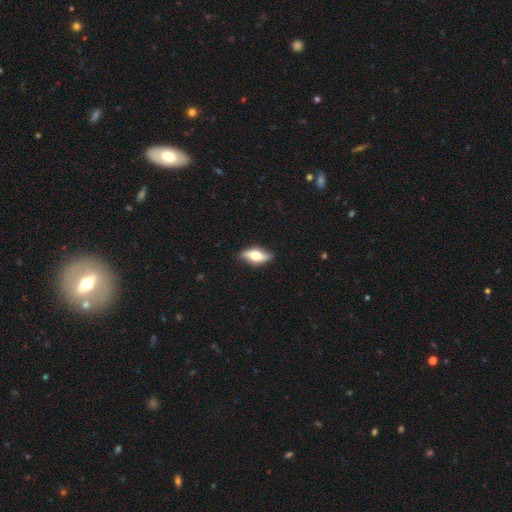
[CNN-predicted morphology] smooth_or_featured: smooth (p=0.54) [alt: featured or disk p=0.40]
how_rounded: in between (p=0.78) [alt: cigar-shaped p=0.17]
merging: none (p=0.84) [alt: minor disturbance p=0.13]